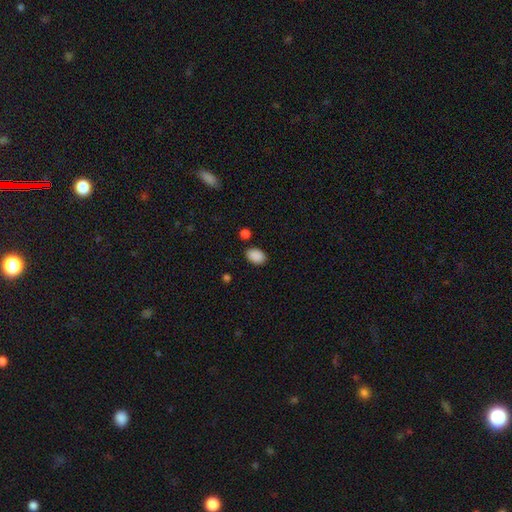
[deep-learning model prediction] The model was most divided on "how rounded": in between: 83%, round: 16%, cigar-shaped: 1%. More confident: smooth or featured — smooth (89%); merging — none (84%).